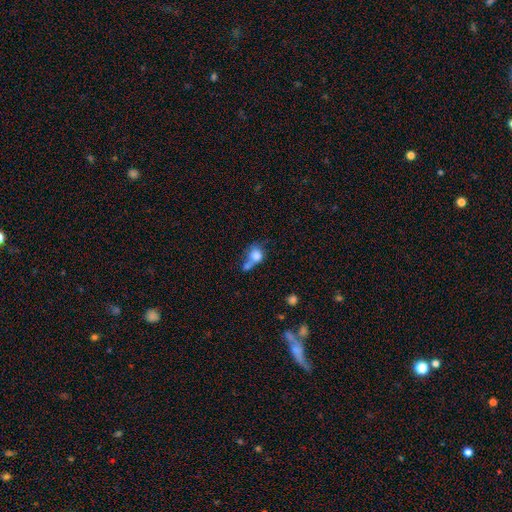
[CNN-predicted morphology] Smooth or featured? smooth (76%)
How rounded? round (59%)
Merging? merger (49%)